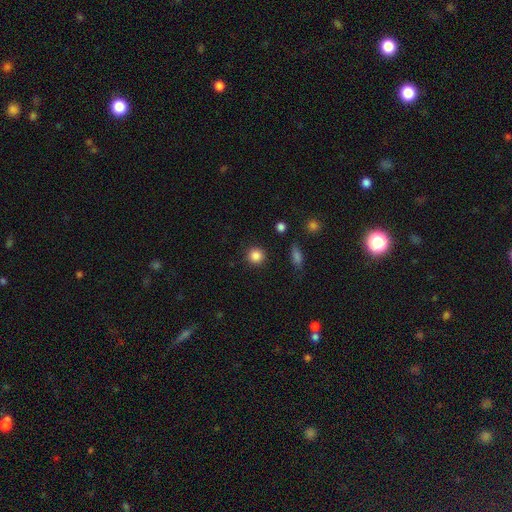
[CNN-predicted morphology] This is clearly a smooth galaxy (85%). How rounded: clearly round (93%). Merging: clearly none (90%).